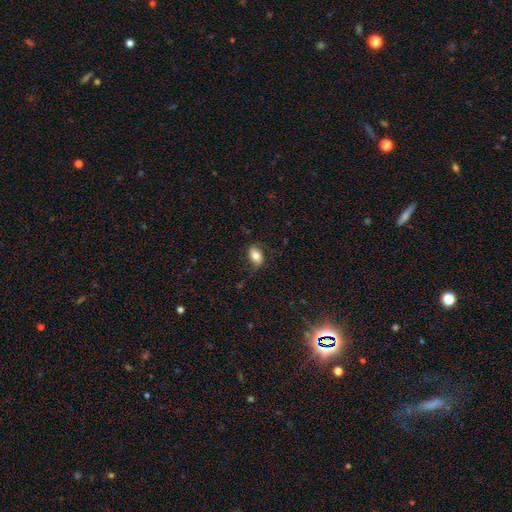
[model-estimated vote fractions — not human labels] Smooth or featured? Predicted: smooth (p=0.77). How rounded? Predicted: in between (p=0.87). Merging? Predicted: none (p=0.74).